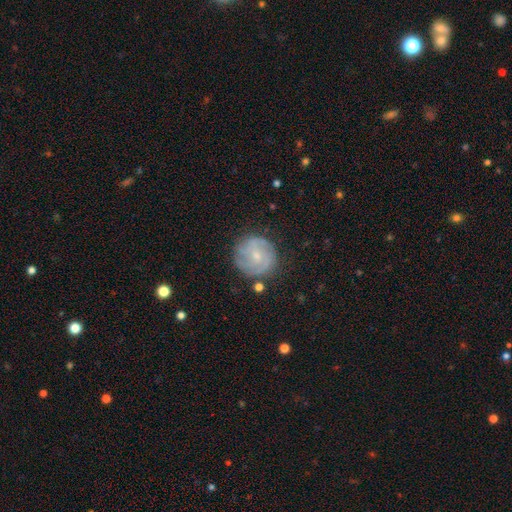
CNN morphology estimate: Smooth or featured: featured or disk — 66% (smooth — 27%)
Edge-on disk: no — 98% (yes — 2%)
Bar: no — 57% (weak — 37%)
Spiral arms: yes — 88% (no — 12%)
Spiral winding: tight — 48% (medium — 39%)
Spiral arm count: 2 — 29% (can't tell — 28%)
Bulge size: small — 69% (moderate — 24%)
Merging: none — 78% (minor disturbance — 14%)